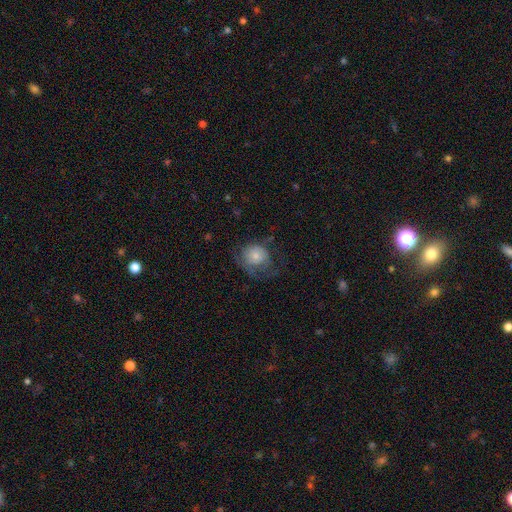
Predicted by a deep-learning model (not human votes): A smooth galaxy with no disk features (61%) that is round (74%).

Vote fractions:
- Smooth or featured? smooth: 61% / featured or disk: 30% / star or artifact: 9%
- How rounded? round: 74% / in between: 25% / cigar-shaped: 1%
- Merging? none: 40% / major disturbance: 34% / minor disturbance: 24% / merger: 2%